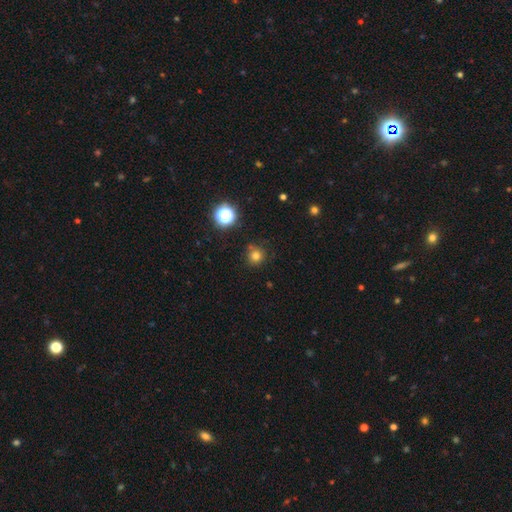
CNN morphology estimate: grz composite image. It shows a smooth galaxy with no disk features (76%) that is round (93%). Merging: none (80%).